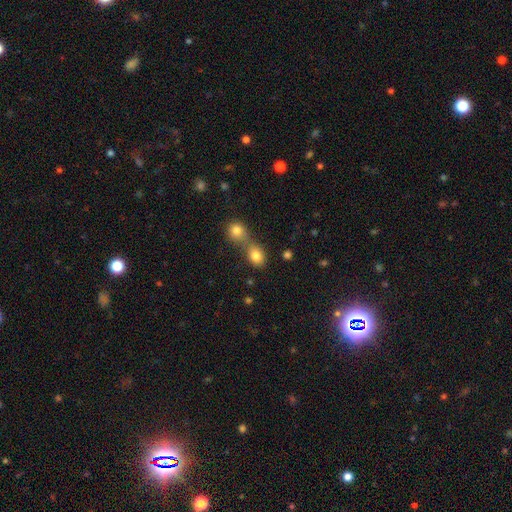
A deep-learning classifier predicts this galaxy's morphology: A smooth galaxy with no disk features (81%) that is round (51%).

Vote fractions:
- Smooth or featured? smooth: 81% / star or artifact: 11% / featured or disk: 8%
- How rounded? round: 51% / in between: 48% / cigar-shaped: 1%
- Merging? merger: 51% / none: 38% / minor disturbance: 8% / major disturbance: 3%